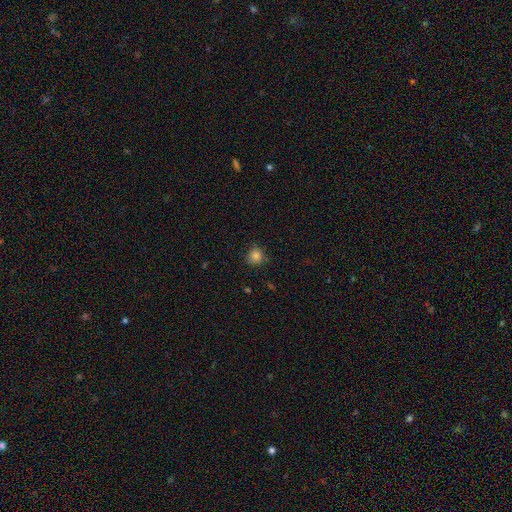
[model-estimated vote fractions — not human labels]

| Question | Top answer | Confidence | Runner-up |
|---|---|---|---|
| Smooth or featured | smooth | 83% | star or artifact (12%) |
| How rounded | round | 85% | in between (14%) |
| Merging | none | 80% | minor disturbance (15%) |